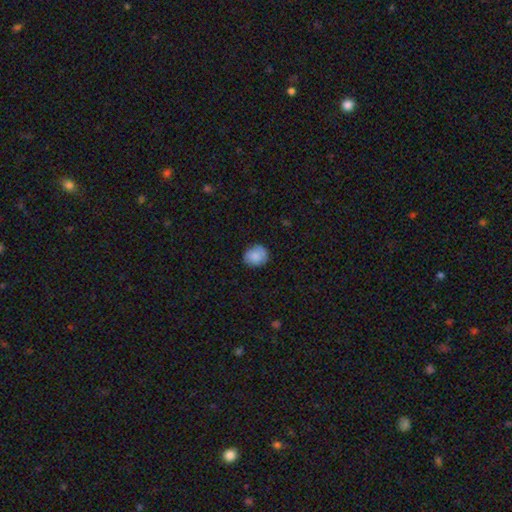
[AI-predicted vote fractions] Smooth or featured? smooth (86%)
How rounded? round (59%)
Merging? none (80%)